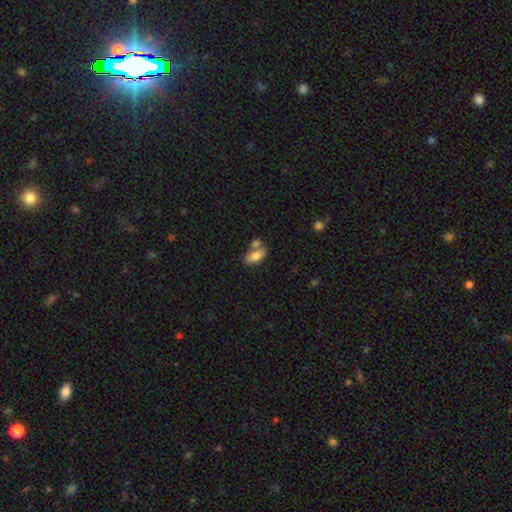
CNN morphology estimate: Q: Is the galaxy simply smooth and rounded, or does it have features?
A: smooth — 77%.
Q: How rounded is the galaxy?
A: in between — 86%.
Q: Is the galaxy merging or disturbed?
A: none — 48%.